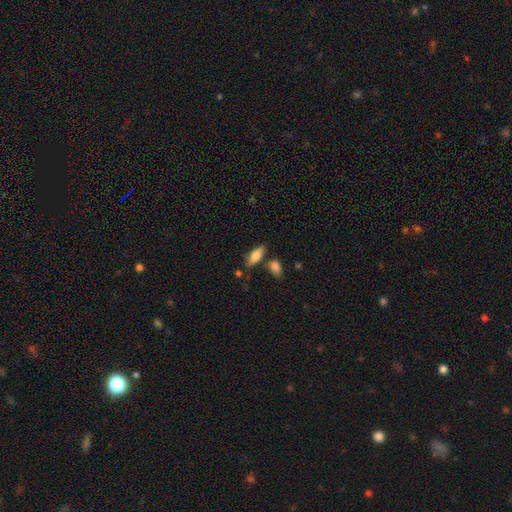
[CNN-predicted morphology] smooth 75%, featured or disk 19%, star or artifact 7%. Down the decision tree: how rounded — in between (75%); merging — none (72%).